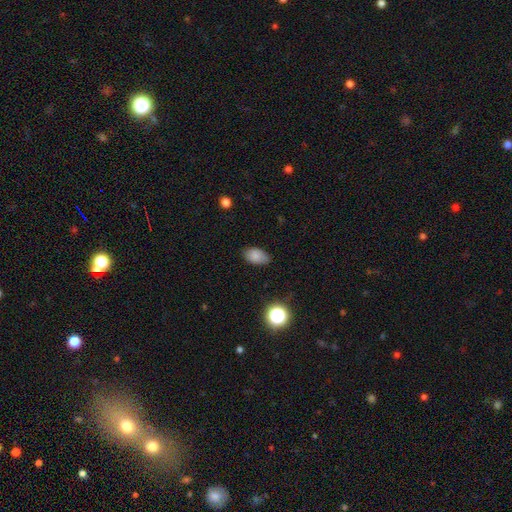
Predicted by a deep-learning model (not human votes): A smooth galaxy with no disk features (84%) that is in between round and cigar-shaped (90%). Merging: none (80%).